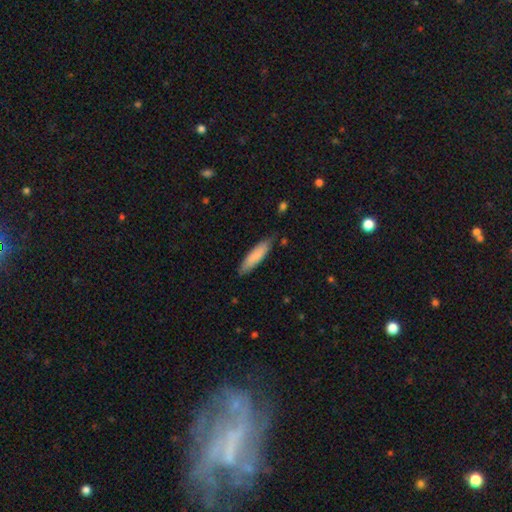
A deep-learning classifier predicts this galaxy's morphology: Smooth or featured? smooth (84%)
How rounded? cigar-shaped (73%)
Merging? none (81%)